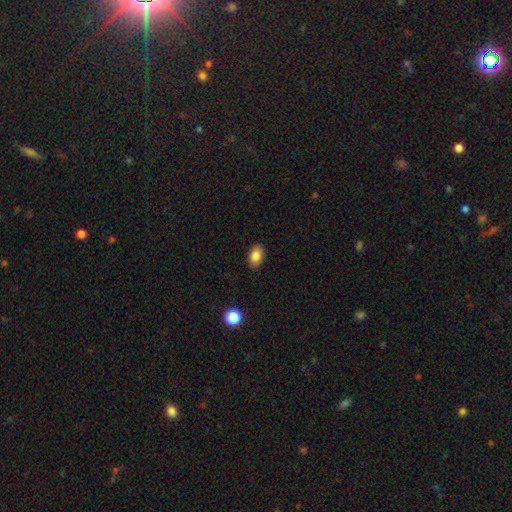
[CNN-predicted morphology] This is clearly a smooth galaxy (86%). How rounded: clearly in between (89%). Merging: clearly none (88%).